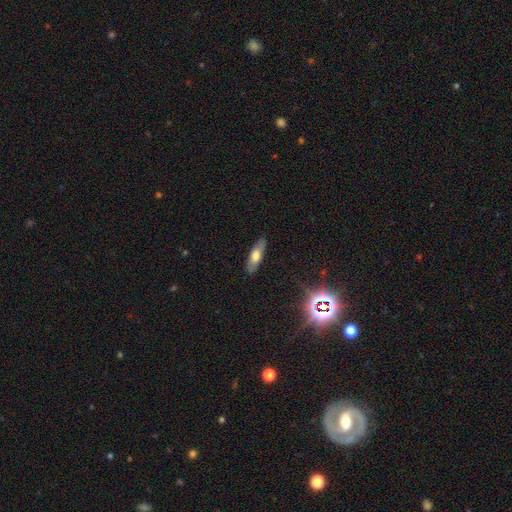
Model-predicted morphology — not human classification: Q: Smooth or featured?
A: smooth (59%); runner-up: featured or disk (32%)
Q: How rounded?
A: in between (49%); tied with: cigar-shaped (49%)
Q: Merging?
A: none (86%); runner-up: minor disturbance (11%)